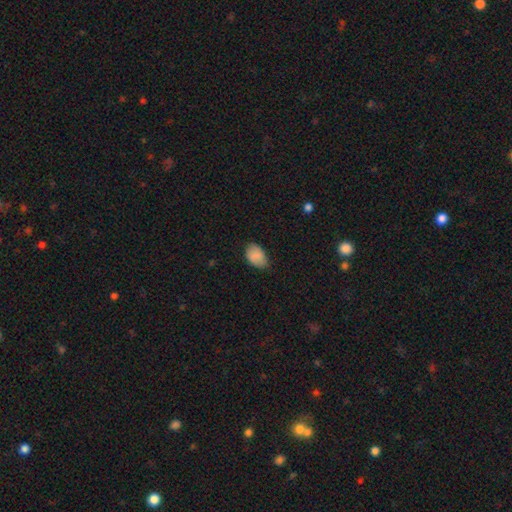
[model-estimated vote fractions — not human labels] A smooth galaxy with no disk features (86%) that is in between round and cigar-shaped (88%).

Vote fractions:
- Smooth or featured? smooth: 86% / star or artifact: 8% / featured or disk: 6%
- How rounded? in between: 88% / round: 11% / cigar-shaped: 1%
- Merging? none: 67% / minor disturbance: 28% / major disturbance: 5% / merger: 1%